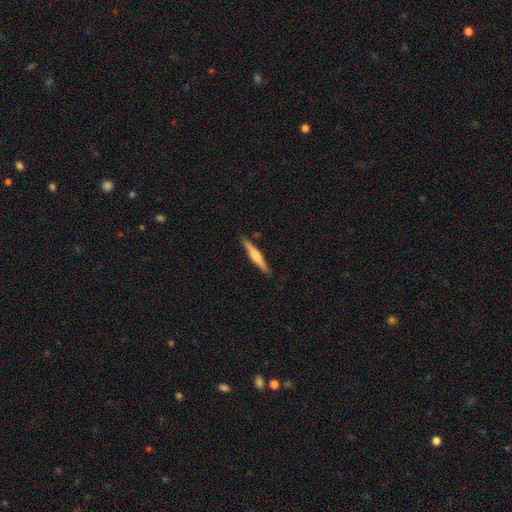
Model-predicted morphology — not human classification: Smooth or featured?
  - featured or disk: 53% *
  - smooth: 41%
  - star or artifact: 5%
Edge-on disk?
  - yes: 97% *
  - no: 3%
Edge-on bulge?
  - rounded: 72% *
  - boxy: 15%
  - none: 13%
Merging?
  - none: 89% *
  - minor disturbance: 8%
  - major disturbance: 2%
  - merger: 1%